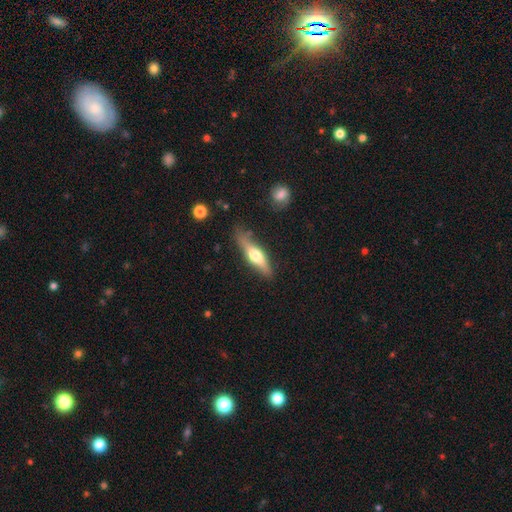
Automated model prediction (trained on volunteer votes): smooth_or_featured: featured or disk (p=0.48) [alt: smooth p=0.47]
merging: none (p=0.74) [alt: minor disturbance p=0.19]